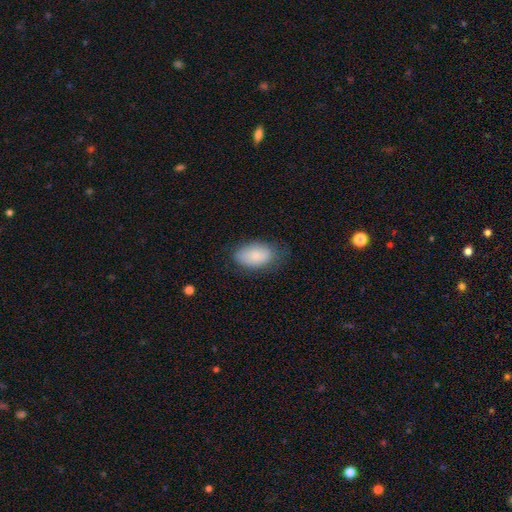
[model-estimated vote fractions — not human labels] Morphology: type=smooth (81%); roundness=in between (92%); merging=none (67%).